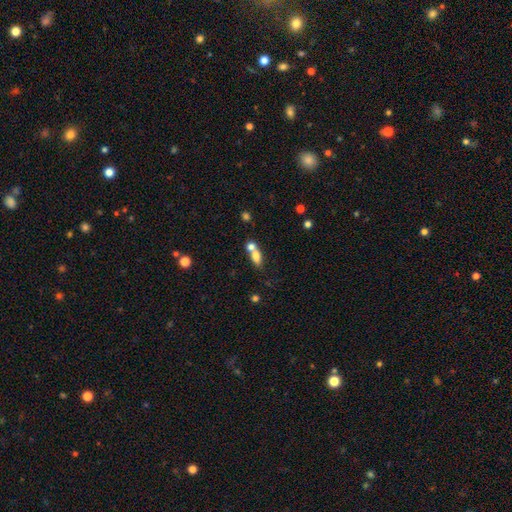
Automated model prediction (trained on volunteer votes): Smooth or featured: smooth — 75% (featured or disk — 15%)
How rounded: in between — 73% (round — 16%)
Merging: merger — 56% (none — 32%)